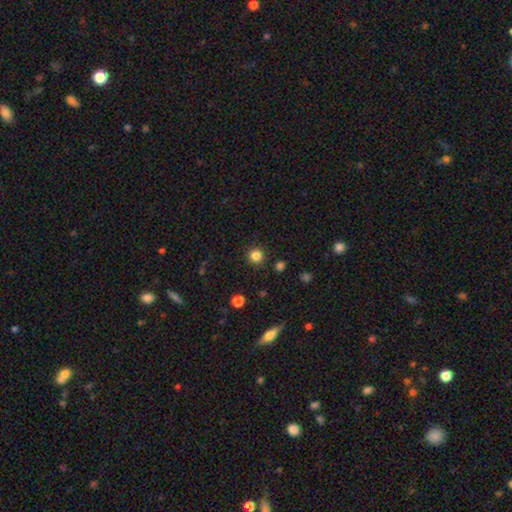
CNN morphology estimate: Smooth or featured? smooth (83%)
How rounded? round (94%)
Merging? none (91%)